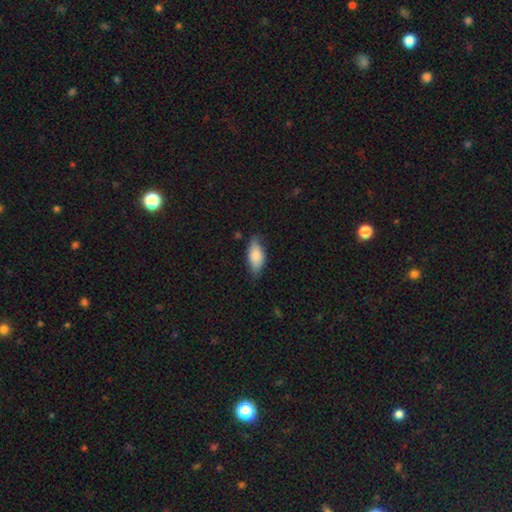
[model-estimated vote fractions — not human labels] A smooth galaxy with no disk features (80%) that is in between round and cigar-shaped (85%).

Vote fractions:
- Smooth or featured? smooth: 80% / featured or disk: 14% / star or artifact: 6%
- How rounded? in between: 85% / cigar-shaped: 12% / round: 3%
- Merging? none: 71% / minor disturbance: 24% / major disturbance: 4% / merger: 1%